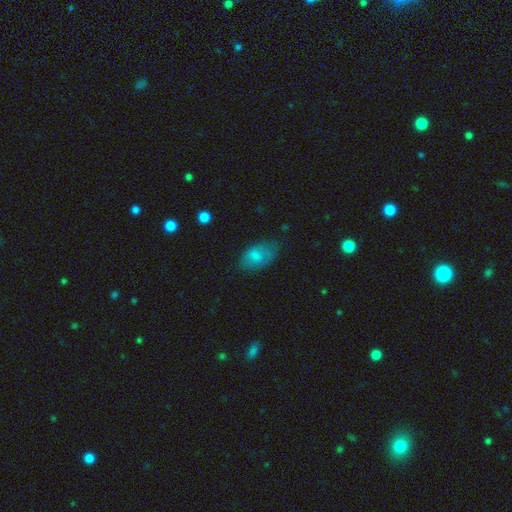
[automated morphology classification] Smooth or featured?
  - smooth: 72% *
  - featured or disk: 18%
  - star or artifact: 10%
How rounded?
  - in between: 90% *
  - round: 8%
  - cigar-shaped: 2%
Merging?
  - none: 65% *
  - minor disturbance: 25%
  - major disturbance: 8%
  - merger: 2%